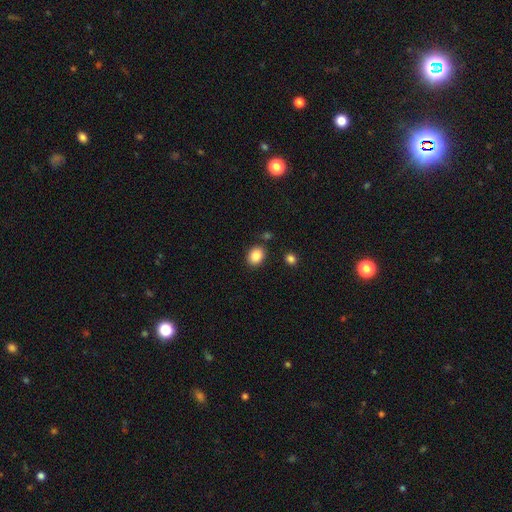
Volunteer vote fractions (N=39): smooth-or-featured: smooth: 87% | star or artifact: 8% | featured or disk: 5%
  how-rounded: in between: 59% | round: 41% | cigar-shaped: 0%
  merging: none: 86% | minor disturbance: 8% | major disturbance: 3% | merger: 3%